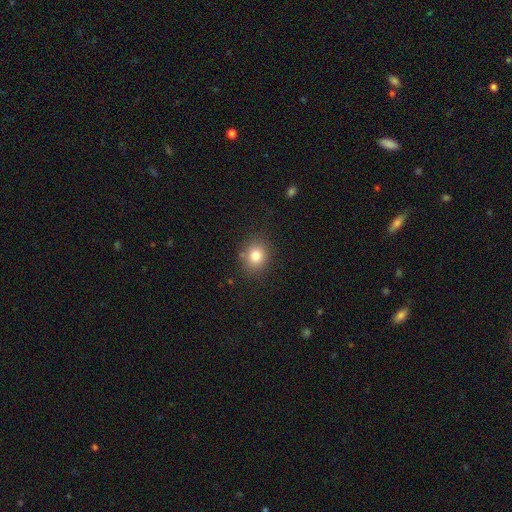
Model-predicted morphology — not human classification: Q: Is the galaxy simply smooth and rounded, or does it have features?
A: smooth — 81%.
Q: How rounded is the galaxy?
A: round — 67%.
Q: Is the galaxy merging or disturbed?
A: none — 82%.